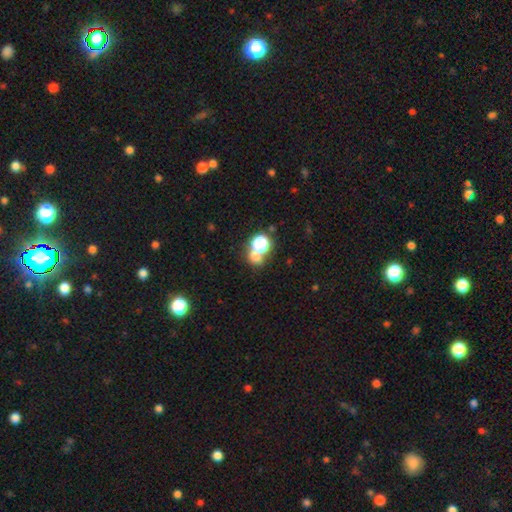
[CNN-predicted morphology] Smooth or featured? smooth (59%)
How rounded? round (67%)
Merging? none (50%)